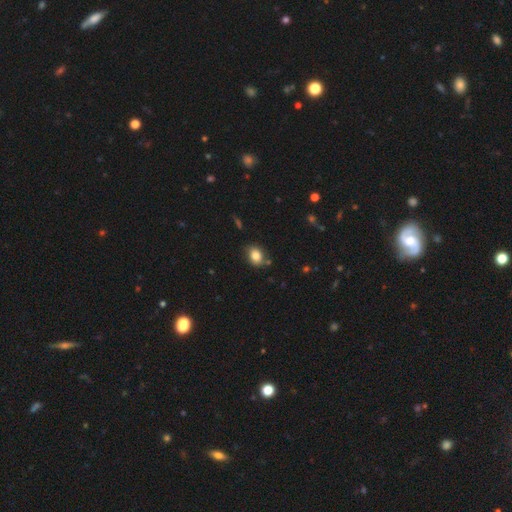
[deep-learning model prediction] This appears to be a smooth galaxy with no disk features (83%) that is in between round and cigar-shaped (61%). Merging: none (79%).